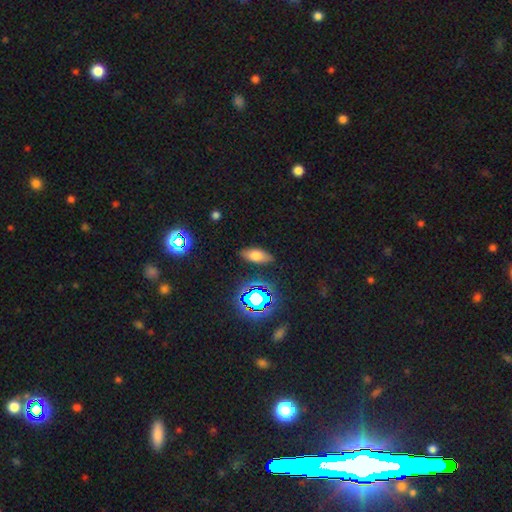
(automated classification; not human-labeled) Smooth or featured? smooth (64%)
How rounded? in between (81%)
Merging? none (84%)